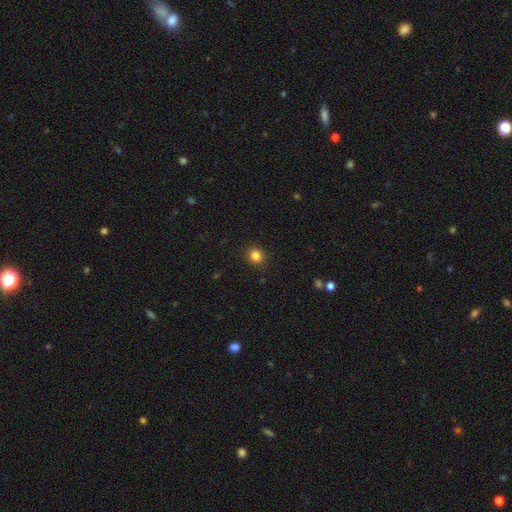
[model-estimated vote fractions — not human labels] smooth-or-featured: smooth: 84% | star or artifact: 12% | featured or disk: 4%
  how-rounded: round: 87% | in between: 12% | cigar-shaped: 1%
  merging: none: 91% | minor disturbance: 6% | major disturbance: 2% | merger: 1%